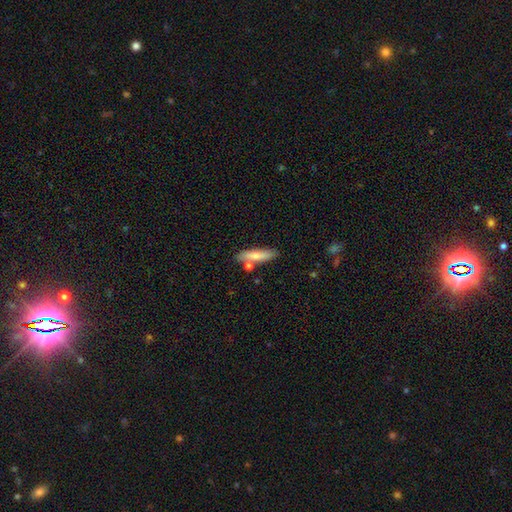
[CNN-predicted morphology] smooth-or-featured: smooth: 72% | featured or disk: 21% | star or artifact: 6%
  how-rounded: cigar-shaped: 77% | in between: 21% | round: 2%
  merging: none: 74% | minor disturbance: 13% | merger: 10% | major disturbance: 3%